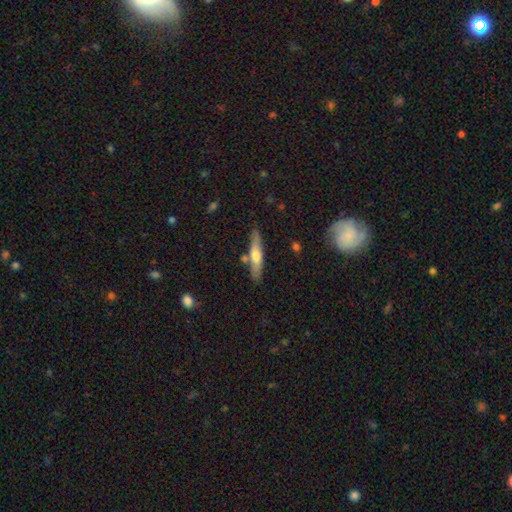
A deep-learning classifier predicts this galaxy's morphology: Smooth or featured?
  - smooth: 49% *
  - featured or disk: 45%
  - star or artifact: 6%
Merging?
  - none: 79% *
  - minor disturbance: 12%
  - merger: 6%
  - major disturbance: 2%